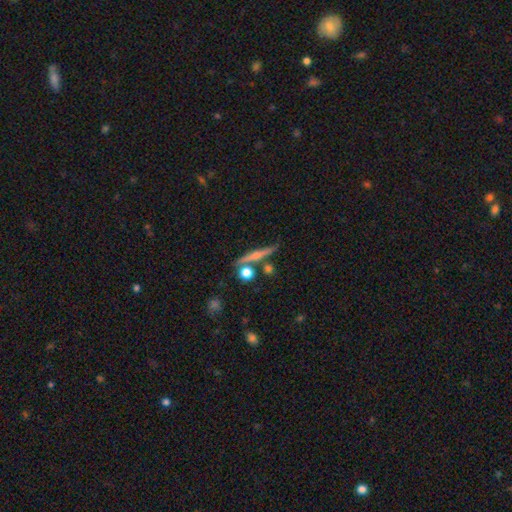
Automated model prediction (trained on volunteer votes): This is possibly a featured or disk galaxy (54%). It is clearly viewed edge-on (93%). Edge-on bulge: likely rounded (62%). Merging: likely none (75%).